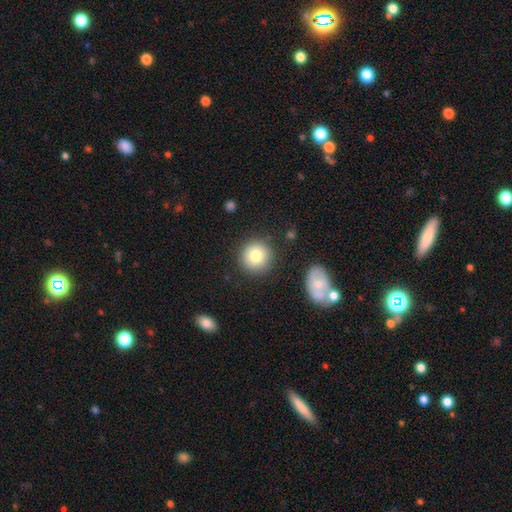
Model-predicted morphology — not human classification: Smooth or featured?
  - smooth: 79% *
  - featured or disk: 11%
  - star or artifact: 10%
How rounded?
  - round: 94% *
  - in between: 5%
  - cigar-shaped: 1%
Merging?
  - none: 87% *
  - minor disturbance: 8%
  - major disturbance: 3%
  - merger: 2%